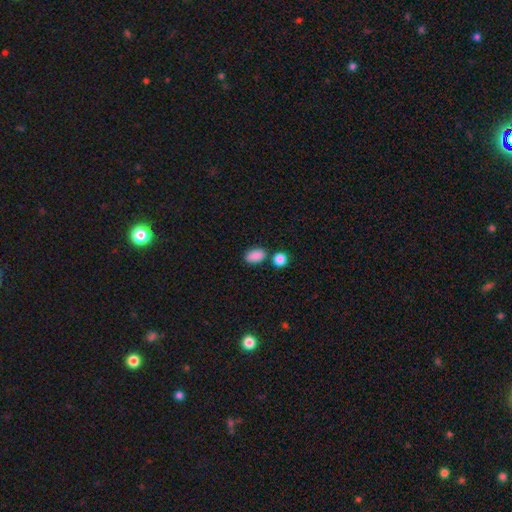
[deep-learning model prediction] Q: Smooth or featured?
A: smooth (88%); runner-up: star or artifact (9%)
Q: How rounded?
A: in between (88%); runner-up: round (10%)
Q: Merging?
A: none (75%); runner-up: minor disturbance (12%)